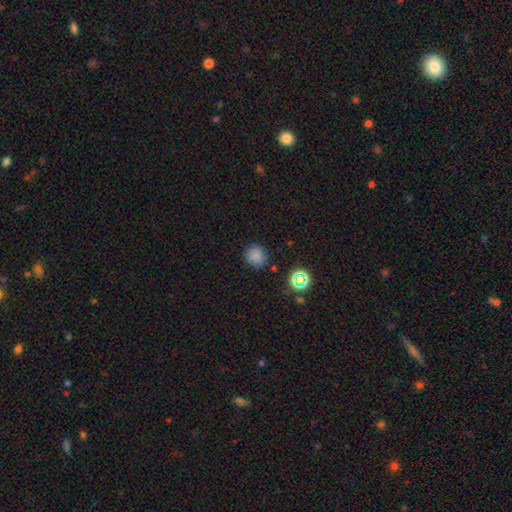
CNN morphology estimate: Overall: smooth (78%). How rounded: round (82%). Merging: none (84%).